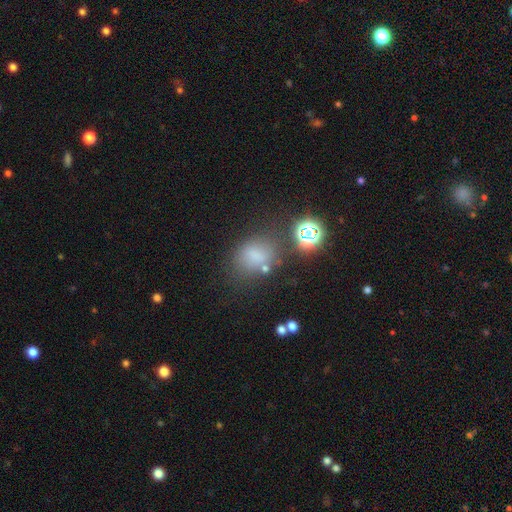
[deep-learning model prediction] This is likely a smooth galaxy (70%). How rounded: possibly in between (59%). Merging: possibly none (60%).